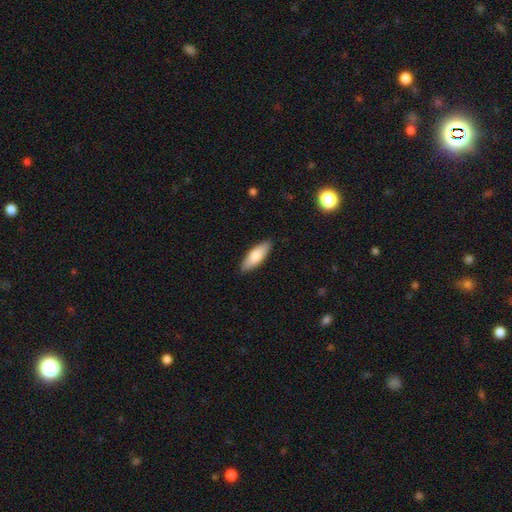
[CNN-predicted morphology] Smooth or featured? smooth (76%)
How rounded? in between (65%)
Merging? none (88%)